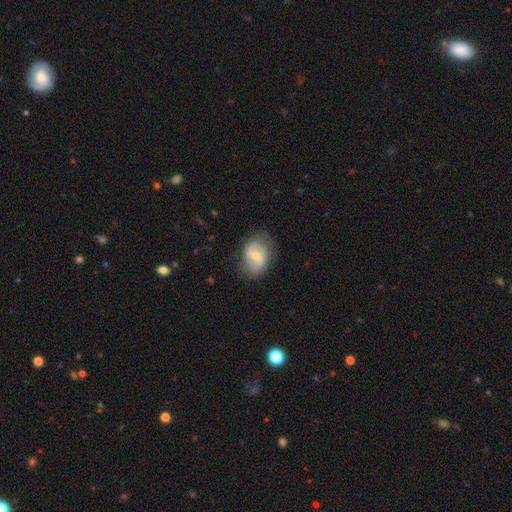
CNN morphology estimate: smooth-or-featured: smooth: 50% | featured or disk: 43% | star or artifact: 7%
  how-rounded: in between: 73% | round: 26% | cigar-shaped: 1%
  merging: none: 67% | minor disturbance: 23% | major disturbance: 9% | merger: 1%